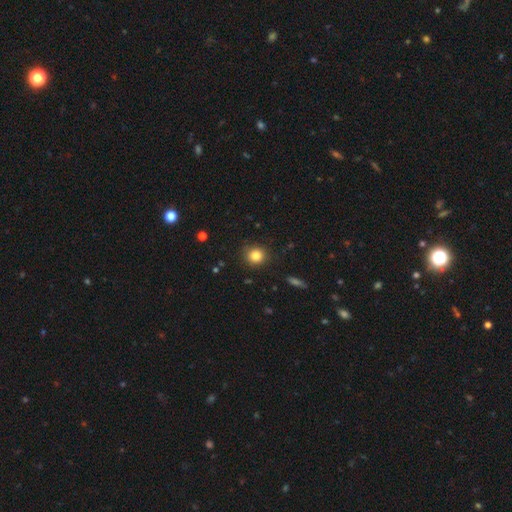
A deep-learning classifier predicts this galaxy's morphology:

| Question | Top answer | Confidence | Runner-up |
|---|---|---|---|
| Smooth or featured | smooth | 83% | star or artifact (11%) |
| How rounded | round | 89% | in between (10%) |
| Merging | none | 88% | minor disturbance (8%) |